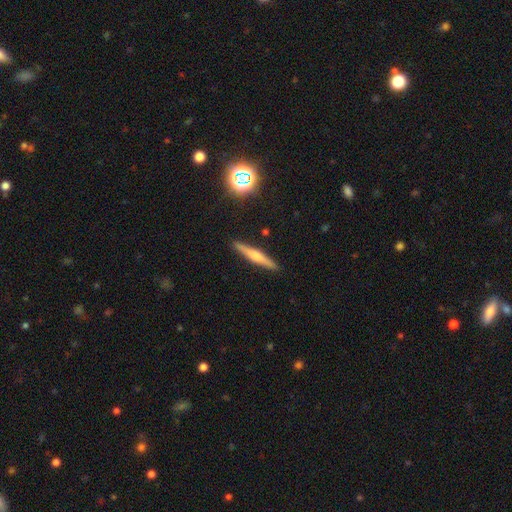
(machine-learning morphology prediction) smooth-or-featured: featured or disk: 56% | smooth: 36% | star or artifact: 8%
  disk-edge-on: yes: 97% | no: 3%
    edge-on-bulge: rounded: 77% | boxy: 12% | none: 10%
  merging: none: 91% | minor disturbance: 6% | major disturbance: 1% | merger: 1%